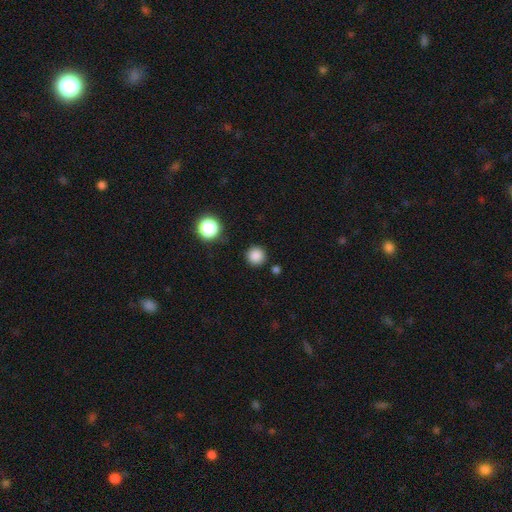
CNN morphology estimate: This is clearly a smooth galaxy (85%). How rounded: clearly round (95%). Merging: clearly none (88%).